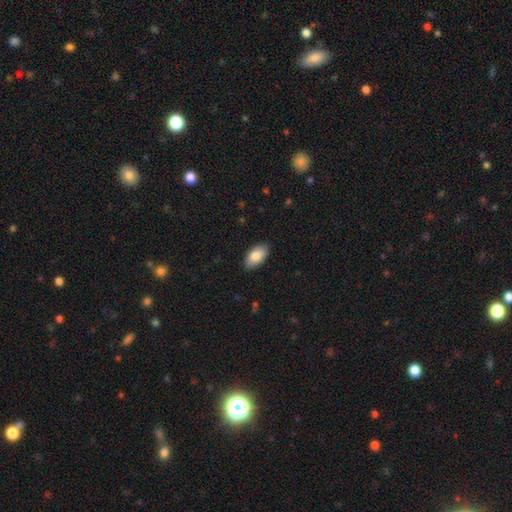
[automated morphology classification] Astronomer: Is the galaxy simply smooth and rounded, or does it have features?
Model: smooth — 82%.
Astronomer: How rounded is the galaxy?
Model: in between — 95%.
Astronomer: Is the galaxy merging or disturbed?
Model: none — 87%.